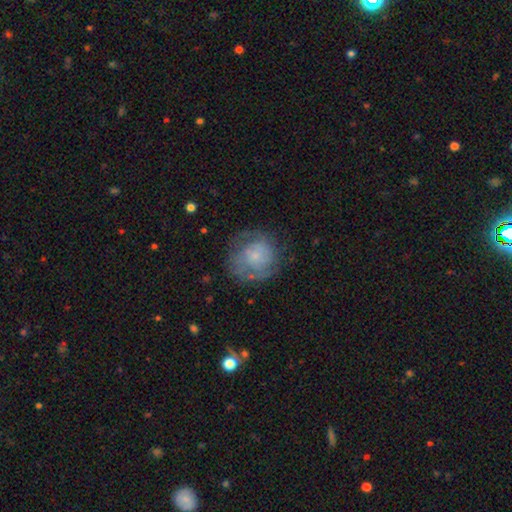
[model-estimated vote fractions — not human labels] Q: Smooth or featured?
A: featured or disk (46%); runner-up: smooth (45%)
Q: Merging?
A: none (62%); runner-up: minor disturbance (21%)